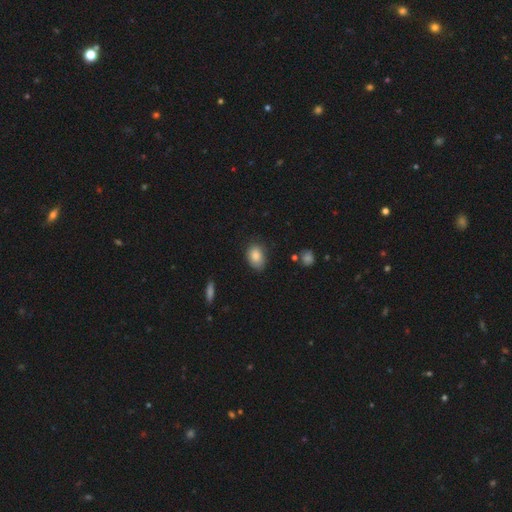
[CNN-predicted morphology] The model was most divided on "merging": none: 73%, minor disturbance: 21%, major disturbance: 4%, merger: 2%. More confident: smooth or featured — smooth (86%); how rounded — in between (81%).